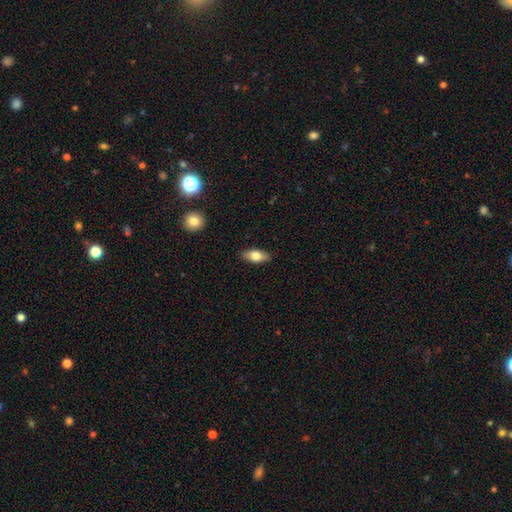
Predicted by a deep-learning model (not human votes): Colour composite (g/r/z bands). It shows a smooth galaxy with no disk features (75%) that is in between round and cigar-shaped (84%). Merging: none (88%).